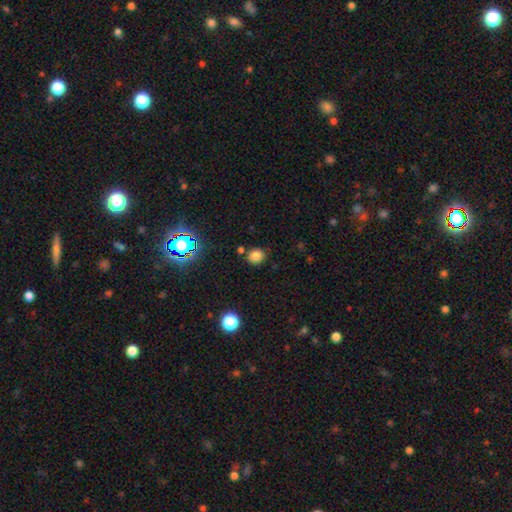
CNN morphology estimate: Q: Smooth or featured?
A: smooth (79%); runner-up: star or artifact (15%)
Q: How rounded?
A: round (81%); runner-up: in between (18%)
Q: Merging?
A: none (80%); runner-up: minor disturbance (10%)